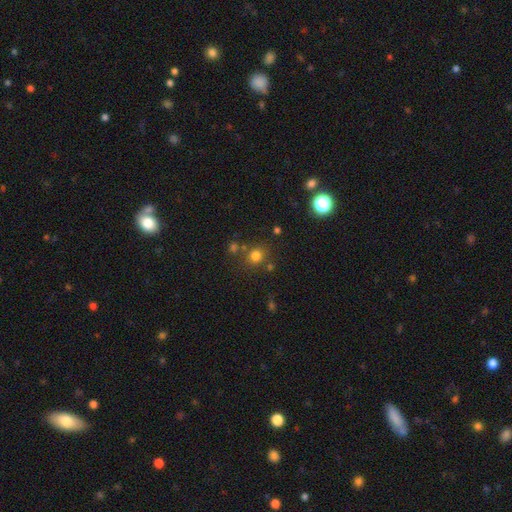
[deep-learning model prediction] This appears to be a smooth galaxy with no disk features (75%) that is round (87%). Merging: none (75%).